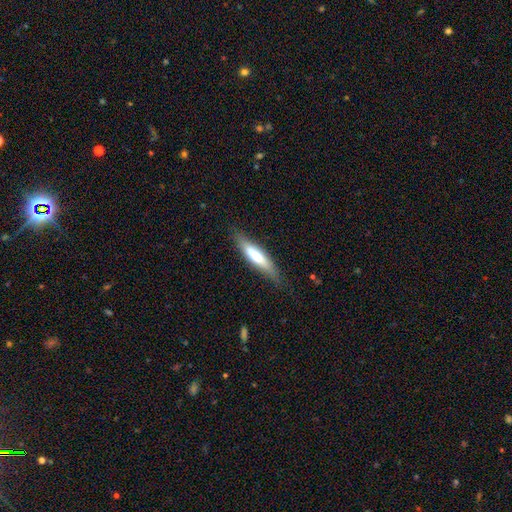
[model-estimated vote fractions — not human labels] Smooth or featured? smooth (64%)
How rounded? cigar-shaped (77%)
Merging? none (77%)